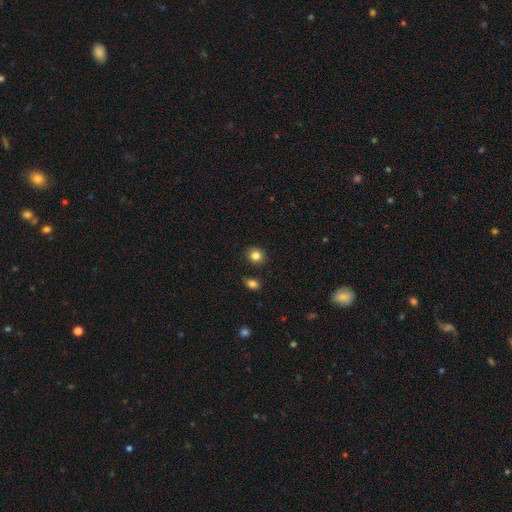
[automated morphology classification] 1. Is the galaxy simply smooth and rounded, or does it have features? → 84% smooth, 11% star or artifact, 6% featured or disk.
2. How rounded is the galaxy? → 80% round, 19% in between, 1% cigar-shaped.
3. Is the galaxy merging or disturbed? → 86% none, 8% minor disturbance, 3% merger, 2% major disturbance.